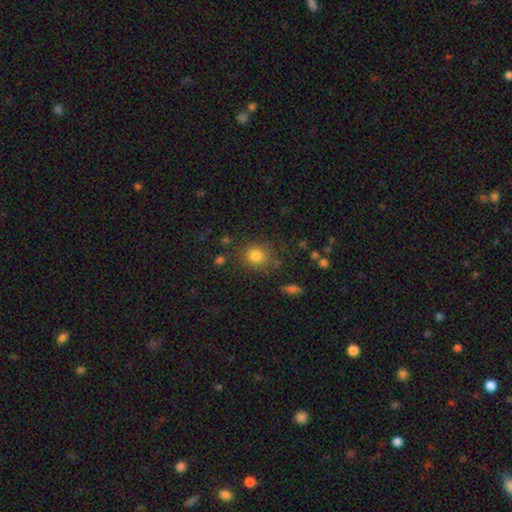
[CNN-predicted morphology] Smooth or featured? Predicted: smooth (p=0.80). How rounded? Predicted: round (p=0.79). Merging? Predicted: none (p=0.77).